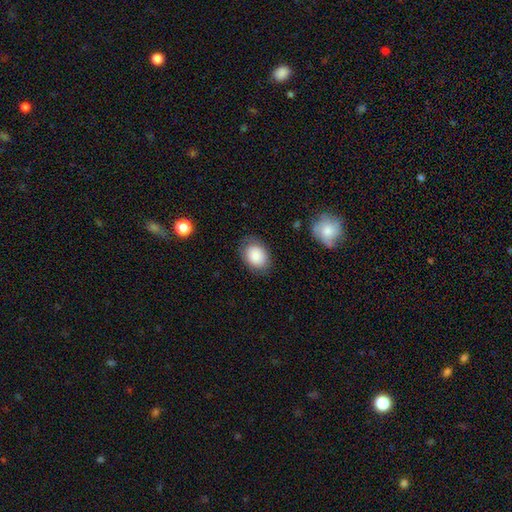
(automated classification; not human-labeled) Smooth or featured? smooth (84%)
How rounded? in between (70%)
Merging? none (79%)